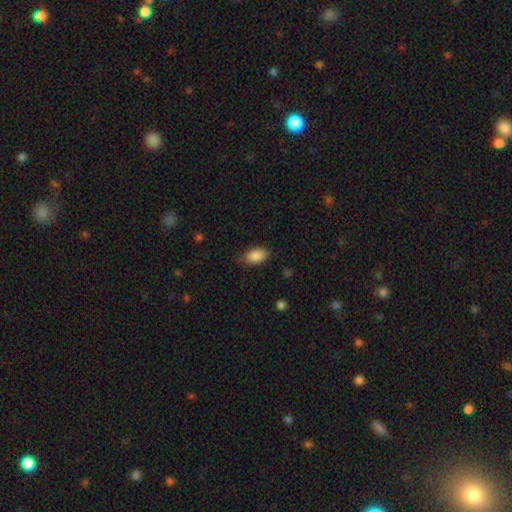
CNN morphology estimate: Q: Smooth or featured?
A: smooth (86%); runner-up: star or artifact (7%)
Q: How rounded?
A: in between (91%); runner-up: round (6%)
Q: Merging?
A: none (79%); runner-up: minor disturbance (17%)